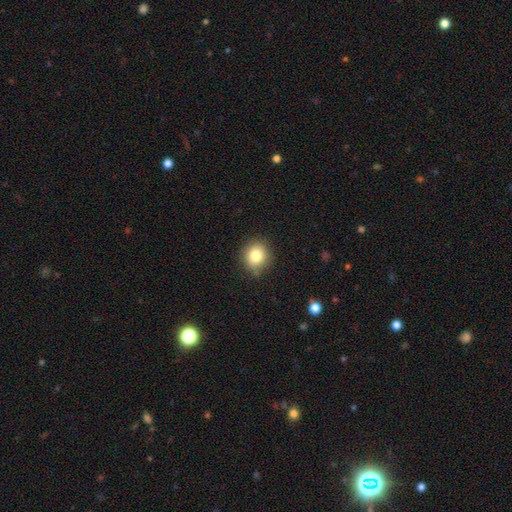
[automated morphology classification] Q: Smooth or featured?
A: smooth (81%); runner-up: star or artifact (11%)
Q: How rounded?
A: round (77%); runner-up: in between (22%)
Q: Merging?
A: none (82%); runner-up: minor disturbance (14%)